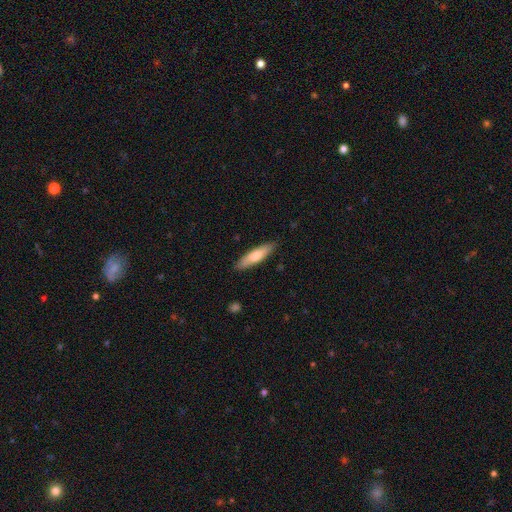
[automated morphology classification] Overall: smooth (72%). How rounded: cigar-shaped (73%). Merging: none (87%).